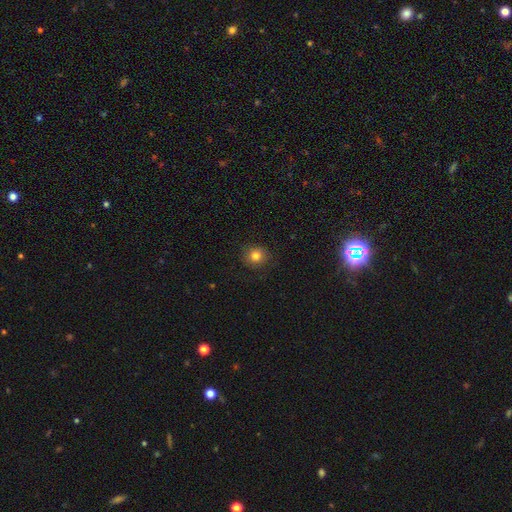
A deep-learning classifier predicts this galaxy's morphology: A smooth galaxy with no disk features (81%) that is round (85%).

Vote fractions:
- Smooth or featured? smooth: 81% / star or artifact: 12% / featured or disk: 7%
- How rounded? round: 85% / in between: 14% / cigar-shaped: 1%
- Merging? none: 86% / minor disturbance: 10% / major disturbance: 3% / merger: 1%